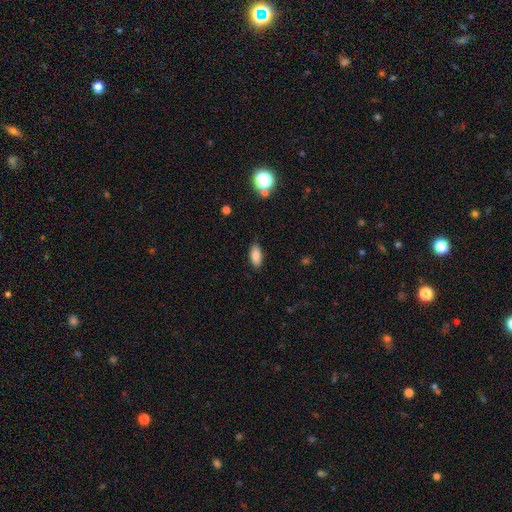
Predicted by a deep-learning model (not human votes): smooth-or-featured: smooth: 85% | star or artifact: 9% | featured or disk: 6%
  how-rounded: in between: 88% | cigar-shaped: 9% | round: 3%
  merging: none: 84% | minor disturbance: 12% | major disturbance: 3% | merger: 1%